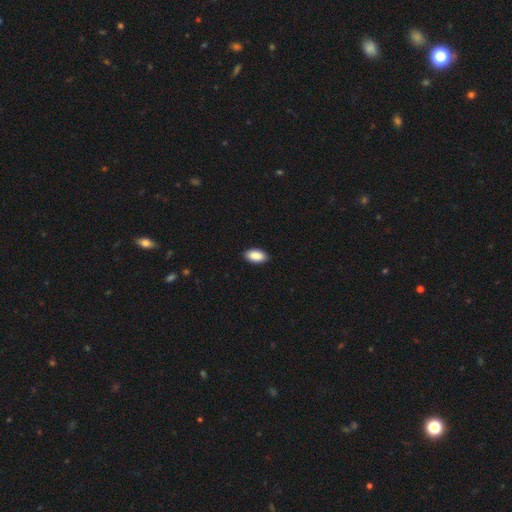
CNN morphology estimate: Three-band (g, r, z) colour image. It shows a smooth galaxy with no disk features (90%) that is in between round and cigar-shaped (95%). Merging: none (90%).